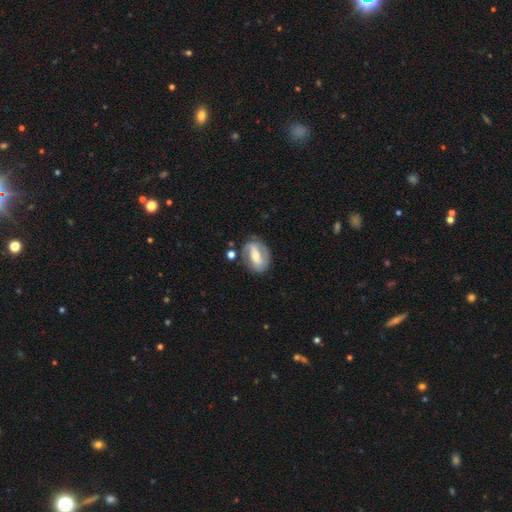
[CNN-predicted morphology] Q: Smooth or featured?
A: featured or disk (72%); runner-up: smooth (22%)
Q: Edge-on disk?
A: no (94%); runner-up: yes (6%)
Q: Bar?
A: strong (54%); runner-up: weak (29%)
Q: Spiral arms?
A: yes (77%); runner-up: no (23%)
Q: Spiral winding?
A: tight (40%); runner-up: medium (39%)
Q: Spiral arm count?
A: 2 (73%); runner-up: can't tell (12%)
Q: Bulge size?
A: moderate (54%); runner-up: small (38%)
Q: Merging?
A: none (70%); runner-up: minor disturbance (18%)